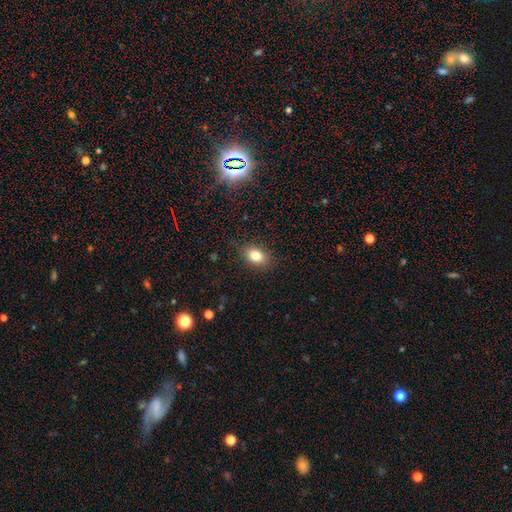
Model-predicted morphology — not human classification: This appears to be a smooth galaxy with no disk features (81%) that is in between round and cigar-shaped (76%). Merging: none (84%).